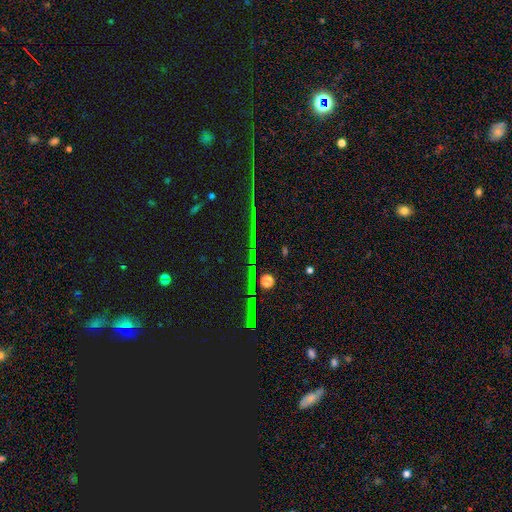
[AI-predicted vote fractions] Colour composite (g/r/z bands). It shows a star or artifact, not a galaxy (75%).